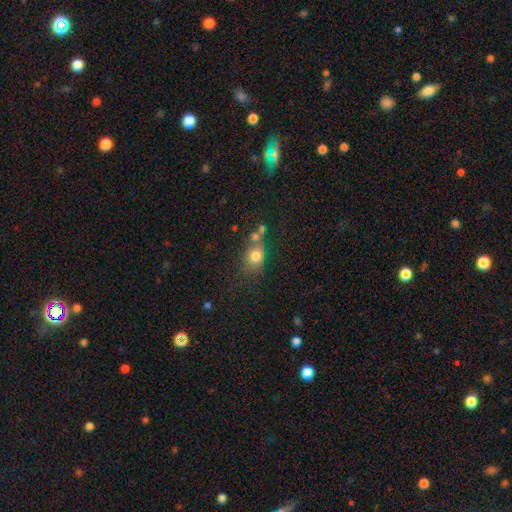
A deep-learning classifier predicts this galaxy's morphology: Smooth or featured: smooth — 77% (featured or disk — 12%)
How rounded: round — 55% (in between — 44%)
Merging: none — 48% (merger — 27%)